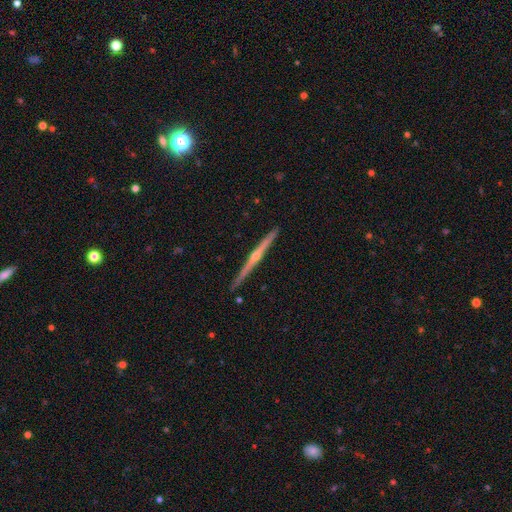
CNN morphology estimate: This appears to be a featured or disk galaxy (82%) viewed edge-on (98%) with a rounded central bulge (82%). Merging: none (92%).